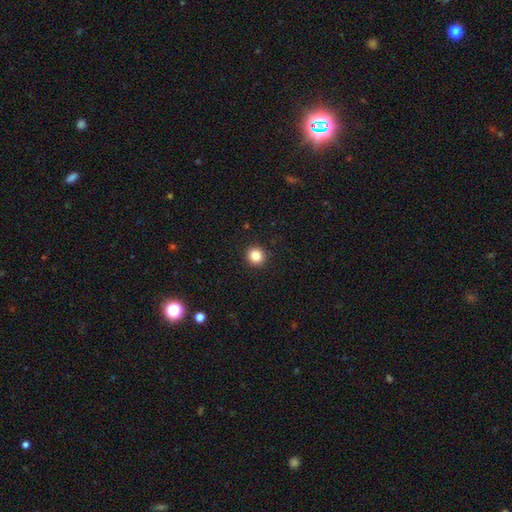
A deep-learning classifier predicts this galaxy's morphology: A smooth galaxy with no disk features (84%) that is round (93%).

Vote fractions:
- Smooth or featured? smooth: 84% / star or artifact: 11% / featured or disk: 5%
- How rounded? round: 93% / in between: 6% / cigar-shaped: 1%
- Merging? none: 93% / minor disturbance: 5% / major disturbance: 2% / merger: 1%